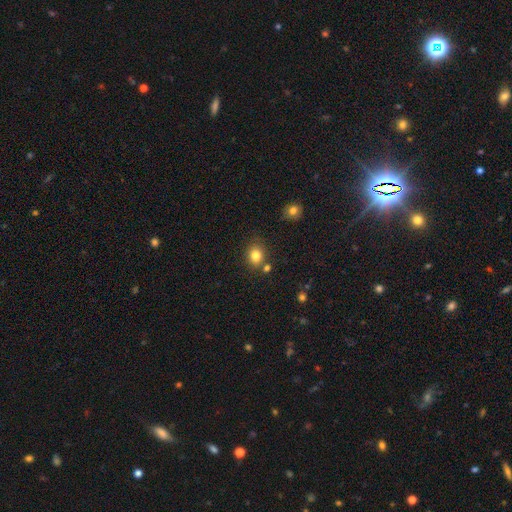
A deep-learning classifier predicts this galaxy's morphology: smooth-or-featured: smooth: 82% | star or artifact: 11% | featured or disk: 7%
  how-rounded: round: 61% | in between: 38% | cigar-shaped: 1%
  merging: none: 76% | minor disturbance: 12% | merger: 9% | major disturbance: 3%